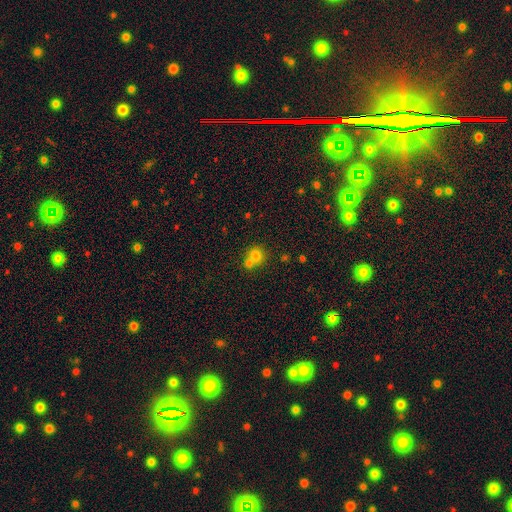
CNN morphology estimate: Overall: smooth (74%). How rounded: round (84%). Merging: merger (51%; none 41%).